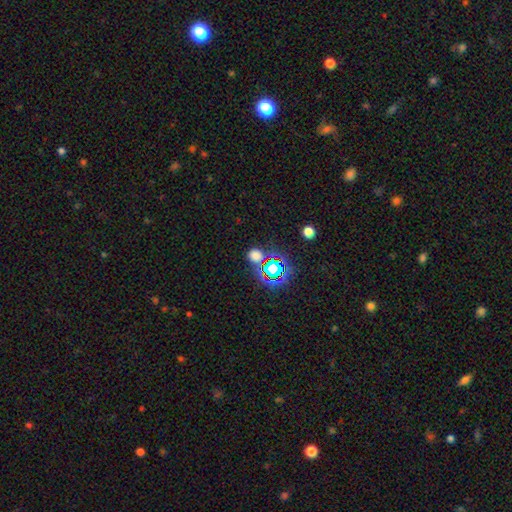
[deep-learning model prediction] Smooth or featured? smooth (58%)
How rounded? round (76%)
Merging? none (77%)